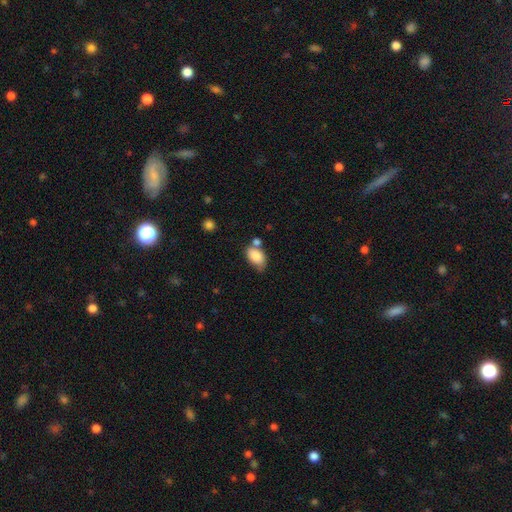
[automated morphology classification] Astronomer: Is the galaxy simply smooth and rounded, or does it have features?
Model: smooth — 84%.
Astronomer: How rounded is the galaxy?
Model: in between — 89%.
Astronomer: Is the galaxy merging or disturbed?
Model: none — 47% (runner-up: minor disturbance, 23%).